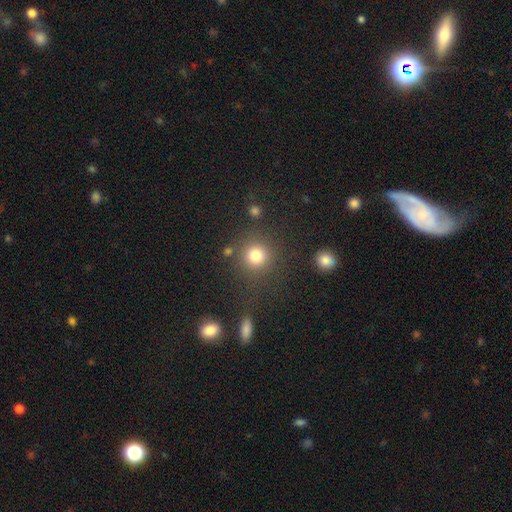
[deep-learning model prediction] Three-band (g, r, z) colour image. It shows a smooth galaxy with no disk features (80%) that is round (92%). Merging: none (80%).